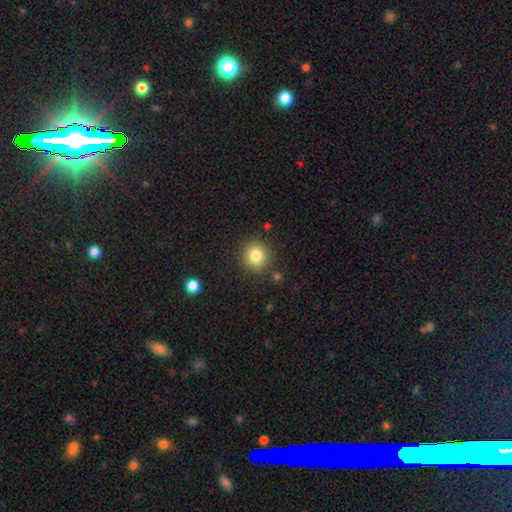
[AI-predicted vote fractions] This is clearly a smooth galaxy (82%). How rounded: clearly round (91%). Merging: clearly none (88%).